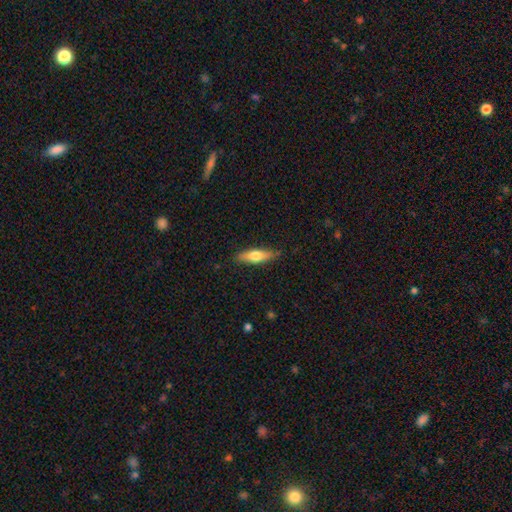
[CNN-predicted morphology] type=smooth (61%); roundness=cigar-shaped (55%); merging=none (86%).